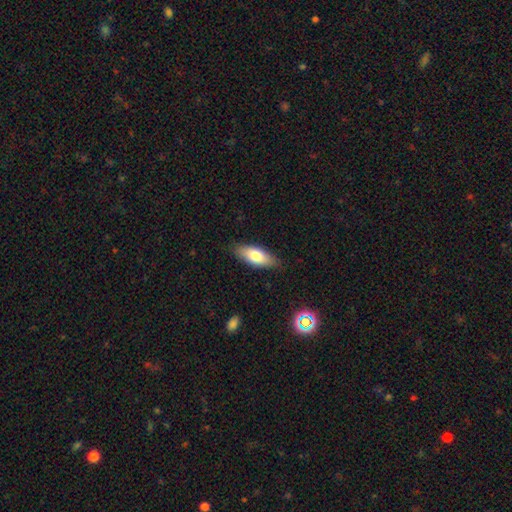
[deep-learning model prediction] Smooth or featured: smooth — 74% (featured or disk — 20%)
How rounded: in between — 80% (cigar-shaped — 18%)
Merging: none — 84% (minor disturbance — 13%)